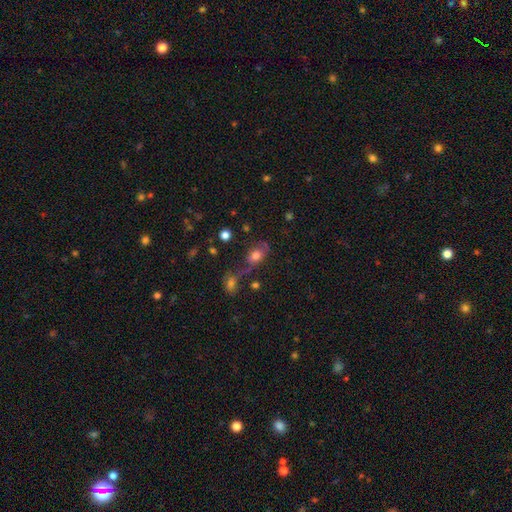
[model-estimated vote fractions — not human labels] Smooth or featured: smooth — 70% (featured or disk — 19%)
How rounded: in between — 76% (round — 22%)
Merging: none — 41% (minor disturbance — 23%)